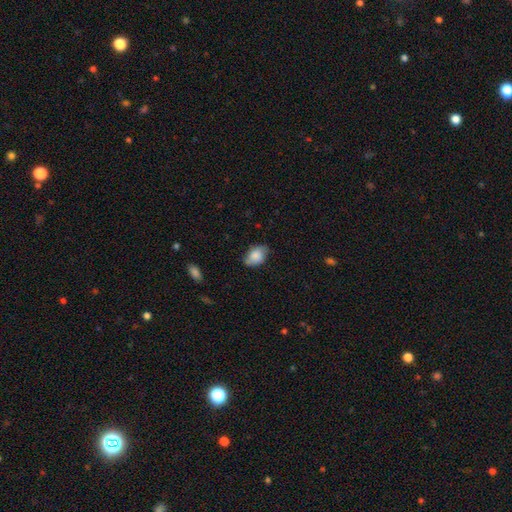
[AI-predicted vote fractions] smooth-or-featured: smooth: 76% | featured or disk: 16% | star or artifact: 8%
  how-rounded: in between: 81% | round: 17% | cigar-shaped: 1%
  merging: none: 61% | minor disturbance: 29% | major disturbance: 6% | merger: 3%